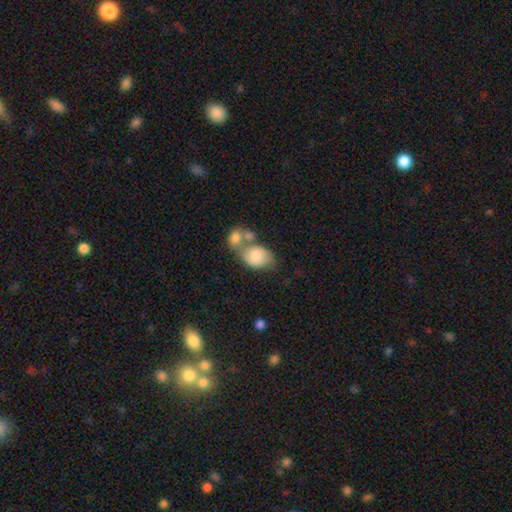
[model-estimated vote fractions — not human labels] A smooth galaxy with no disk features (71%) that is in between round and cigar-shaped (77%).

Vote fractions:
- Smooth or featured? smooth: 71% / featured or disk: 22% / star or artifact: 8%
- How rounded? in between: 77% / round: 22% / cigar-shaped: 1%
- Merging? merger: 58% / none: 21% / minor disturbance: 12% / major disturbance: 9%